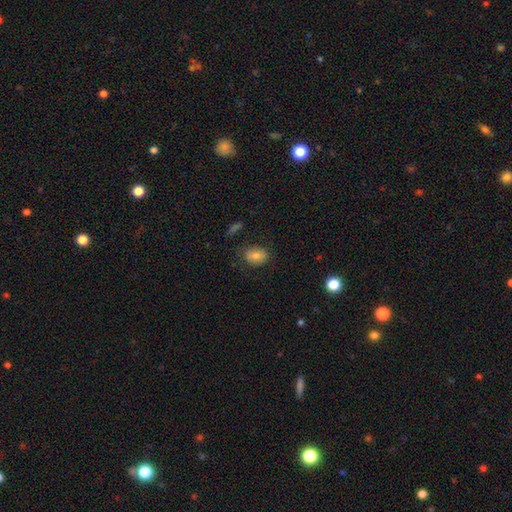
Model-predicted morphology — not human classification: Overall: smooth (75%). How rounded: in between (75%). Merging: none (77%).